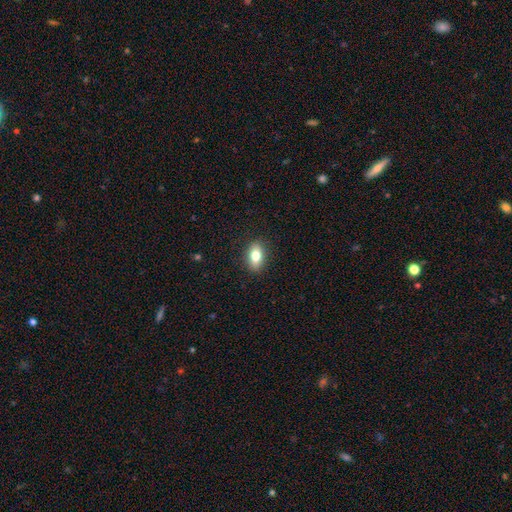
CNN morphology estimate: Smooth or featured? smooth (78%)
How rounded? in between (82%)
Merging? none (89%)